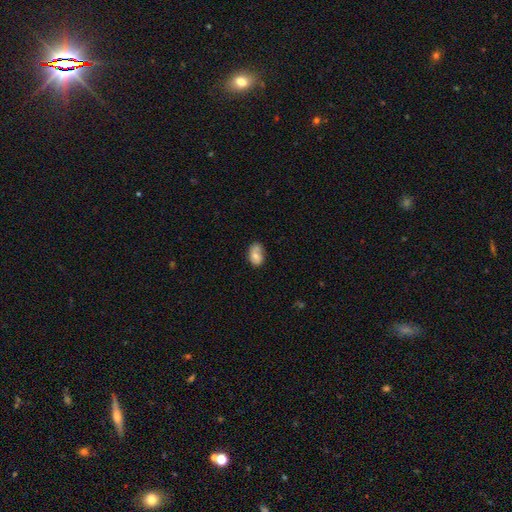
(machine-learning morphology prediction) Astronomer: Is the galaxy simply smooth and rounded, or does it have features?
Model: smooth — 71%.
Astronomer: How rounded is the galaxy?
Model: in between — 84%.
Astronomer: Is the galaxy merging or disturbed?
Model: none — 52% (runner-up: minor disturbance, 31%).